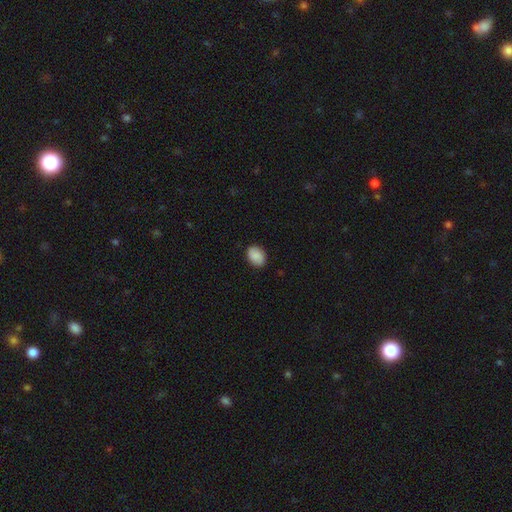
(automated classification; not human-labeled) Overall: smooth (90%). How rounded: in between (71%). Merging: none (88%).